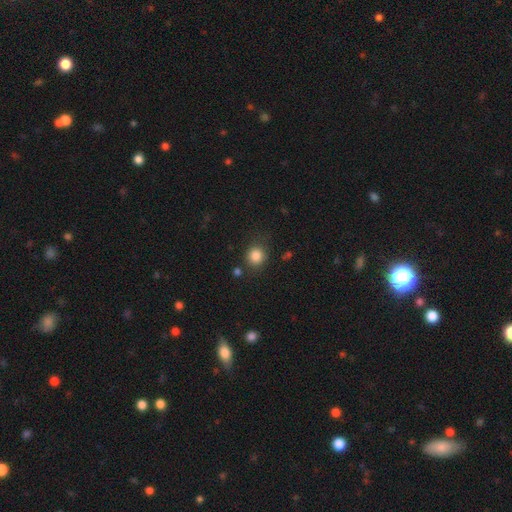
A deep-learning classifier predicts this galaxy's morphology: type=smooth (84%); roundness=round (85%); merging=none (79%).